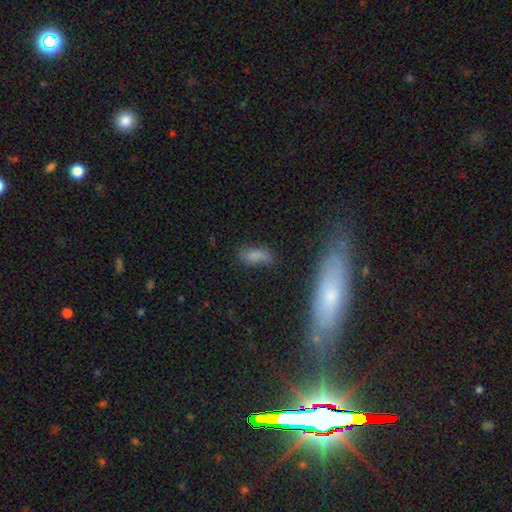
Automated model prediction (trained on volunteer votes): This is likely a smooth galaxy (76%). How rounded: likely in between (77%). Merging: likely none (60%).